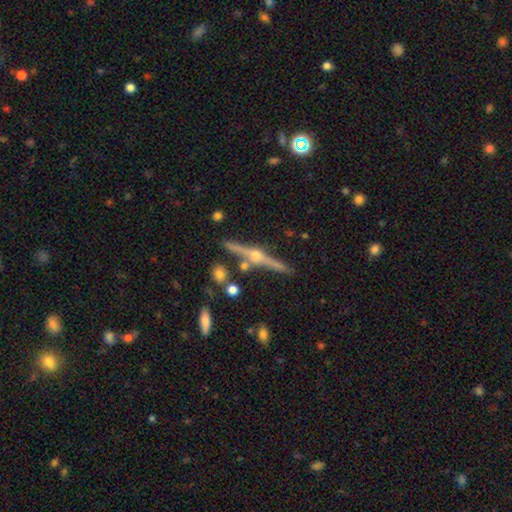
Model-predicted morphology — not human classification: A featured or disk galaxy (84%) viewed edge-on (98%) with a rounded central bulge (95%).

Vote fractions:
- Smooth or featured? featured or disk: 84% / smooth: 10% / star or artifact: 6%
- Edge-on disk? yes: 98% / no: 2%
- Edge-on bulge? rounded: 95% / none: 2% / boxy: 2%
- Merging? none: 85% / minor disturbance: 8% / merger: 5% / major disturbance: 2%